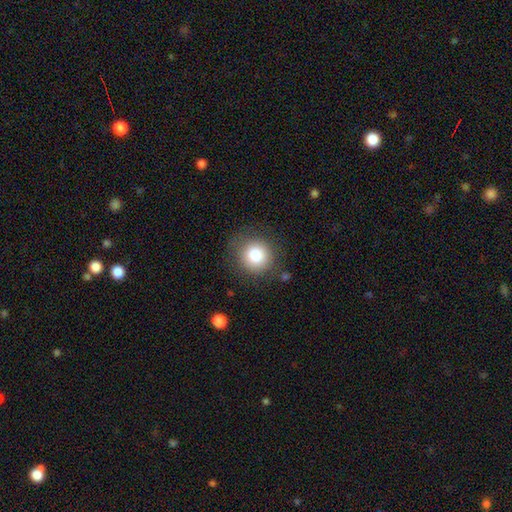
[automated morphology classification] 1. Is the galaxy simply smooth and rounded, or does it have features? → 82% smooth, 10% star or artifact, 8% featured or disk.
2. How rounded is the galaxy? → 91% round, 8% in between, 1% cigar-shaped.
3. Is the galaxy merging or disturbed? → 81% none, 12% minor disturbance, 5% major disturbance, 2% merger.